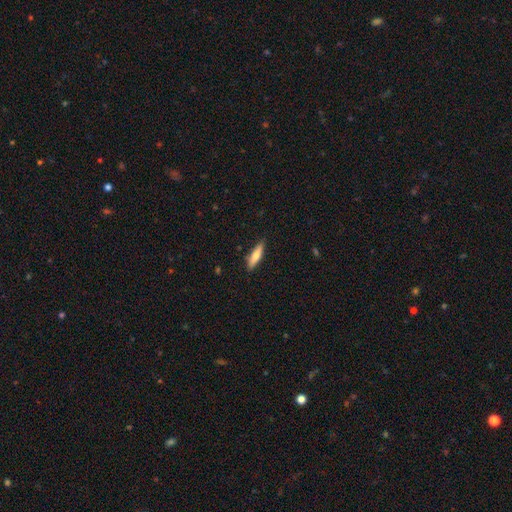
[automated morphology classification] type=smooth (67%); roundness=cigar-shaped (73%); merging=none (85%).